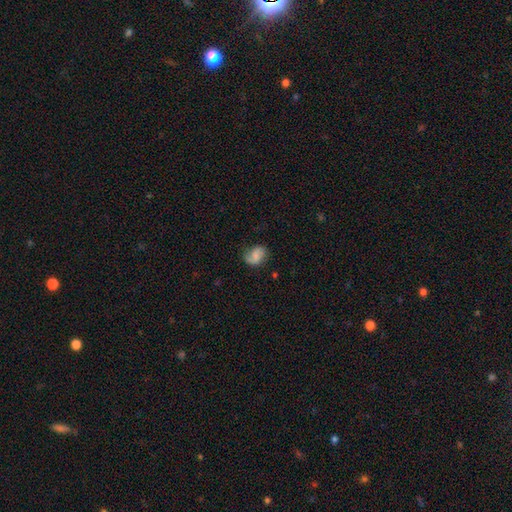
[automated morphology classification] The model was most divided on "smooth or featured": smooth: 58%, featured or disk: 33%, star or artifact: 9%. More confident: how rounded — in between (63%); merging — none (60%).